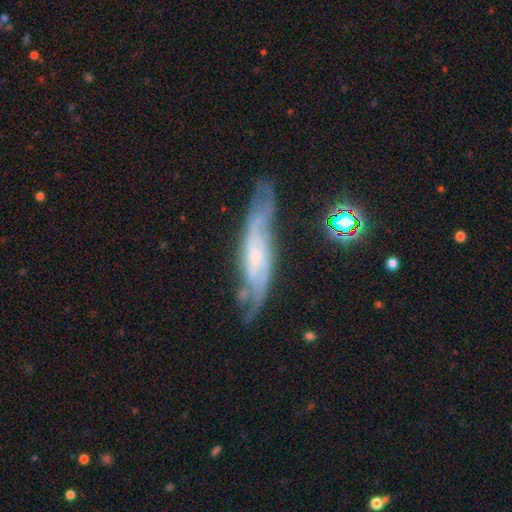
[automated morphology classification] A featured or disk galaxy (75%). Merging: none (64%).